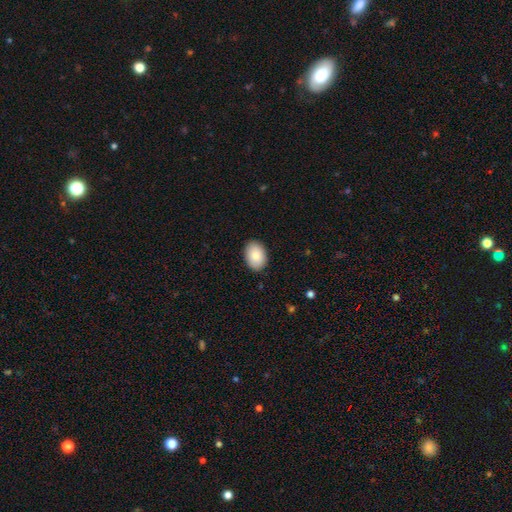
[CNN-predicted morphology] A smooth galaxy with no disk features (86%) that is in between round and cigar-shaped (85%). Merging: none (89%).